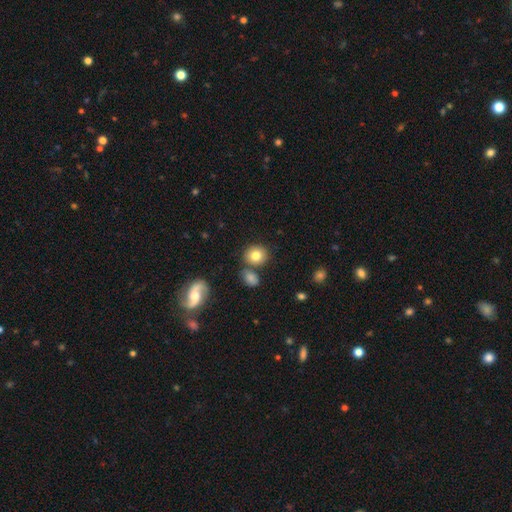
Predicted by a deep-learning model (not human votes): smooth 79%, featured or disk 12%, star or artifact 9%. Down the decision tree: how rounded — round (72%); merging — none (75%).